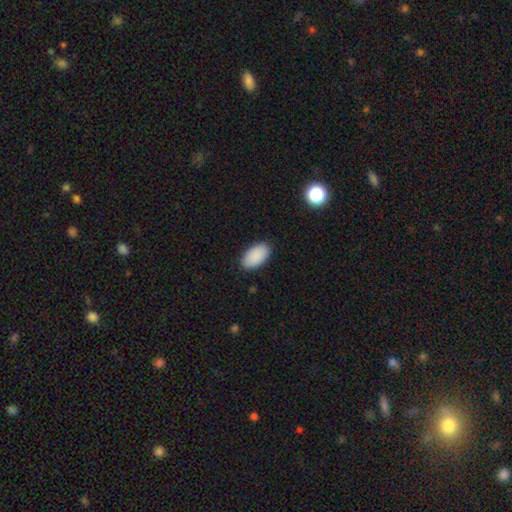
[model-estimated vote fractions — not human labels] smooth_or_featured: smooth (p=0.91) [alt: star or artifact p=0.06]
how_rounded: in between (p=0.96) [alt: round p=0.03]
merging: none (p=0.89) [alt: minor disturbance p=0.08]